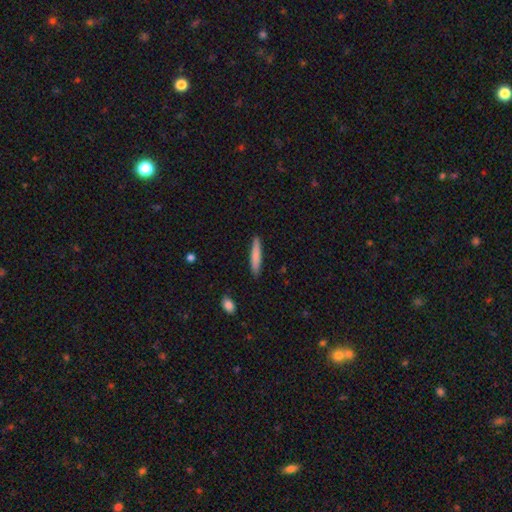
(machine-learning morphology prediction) smooth_or_featured: smooth (p=0.78) [alt: featured or disk p=0.16]
how_rounded: cigar-shaped (p=0.91) [alt: in between p=0.07]
merging: none (p=0.89) [alt: minor disturbance p=0.08]